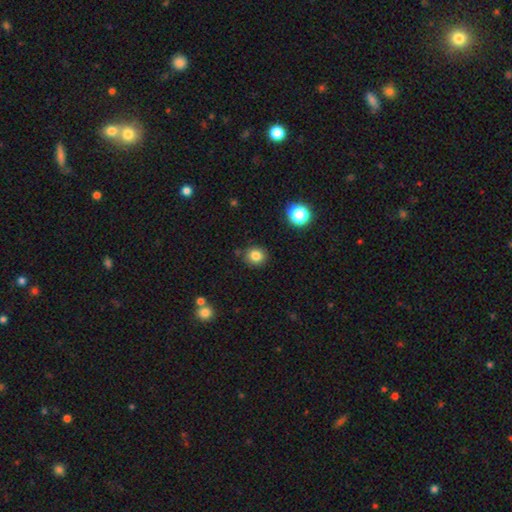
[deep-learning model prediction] This is clearly a smooth galaxy (82%). How rounded: clearly round (83%). Merging: clearly none (87%).